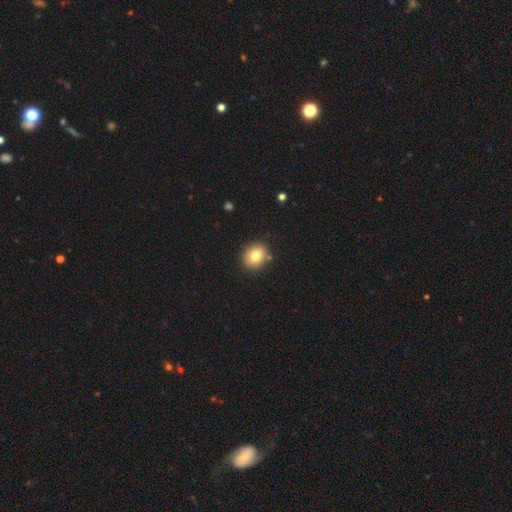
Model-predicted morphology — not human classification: This appears to be a smooth galaxy with no disk features (79%) that is round (70%). Merging: none (86%).